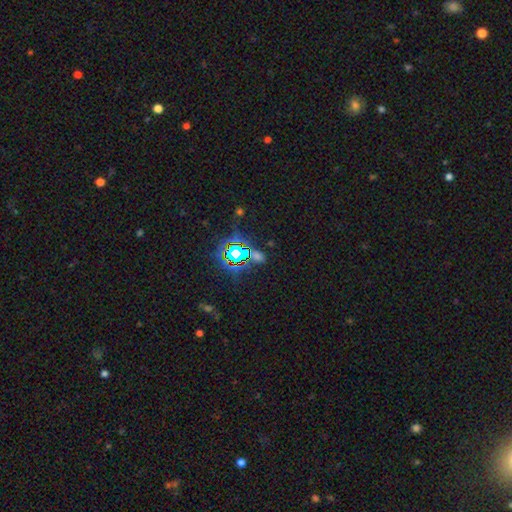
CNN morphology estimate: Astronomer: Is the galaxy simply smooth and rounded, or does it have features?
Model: star or artifact — 70%.